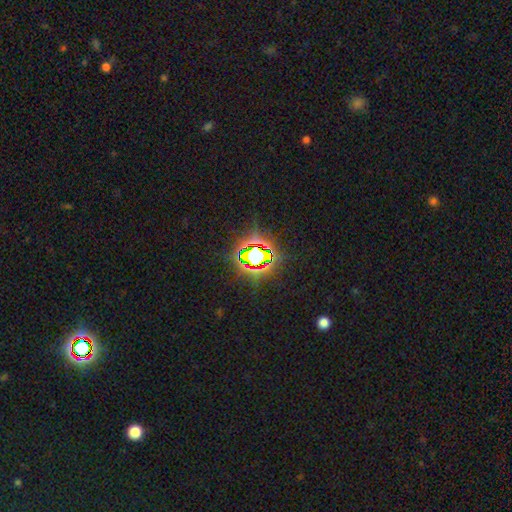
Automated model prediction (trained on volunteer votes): Smooth or featured? Predicted: star or artifact (p=0.77).